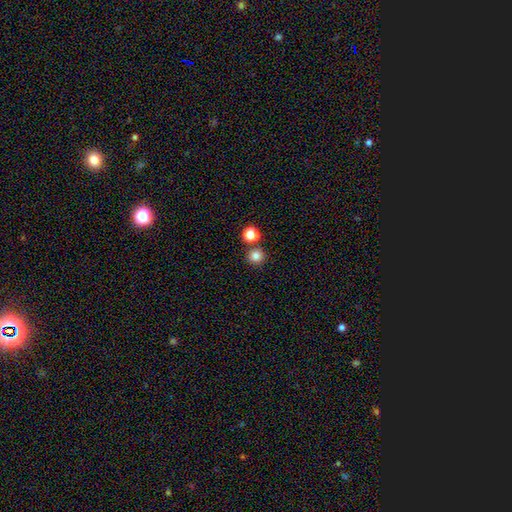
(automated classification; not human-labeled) A smooth galaxy with no disk features (82%) that is round (94%).

Vote fractions:
- Smooth or featured? smooth: 82% / star or artifact: 13% / featured or disk: 5%
- How rounded? round: 94% / in between: 5% / cigar-shaped: 1%
- Merging? none: 79% / merger: 13% / minor disturbance: 6% / major disturbance: 2%